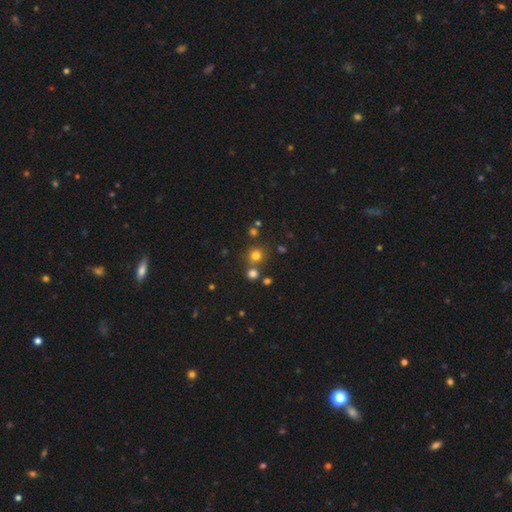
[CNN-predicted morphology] Smooth or featured? smooth (73%)
How rounded? round (91%)
Merging? none (73%)